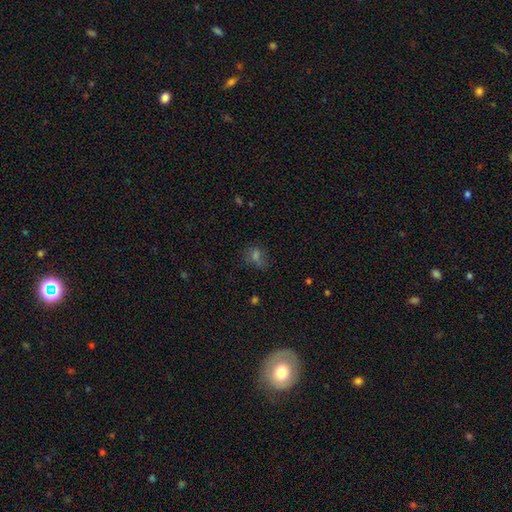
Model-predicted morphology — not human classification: Smooth or featured: smooth — 49% (star or artifact — 32%)
Merging: none — 56% (minor disturbance — 22%)